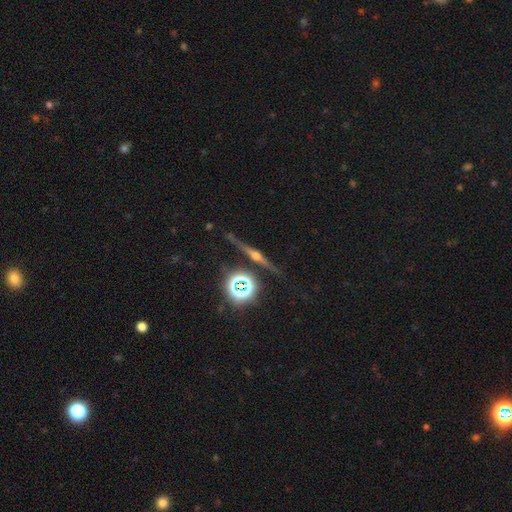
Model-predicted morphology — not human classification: Overall: featured or disk (72%). Edge-on disk: yes (97%). Edge-on bulge: rounded (93%). Merging: none (87%).